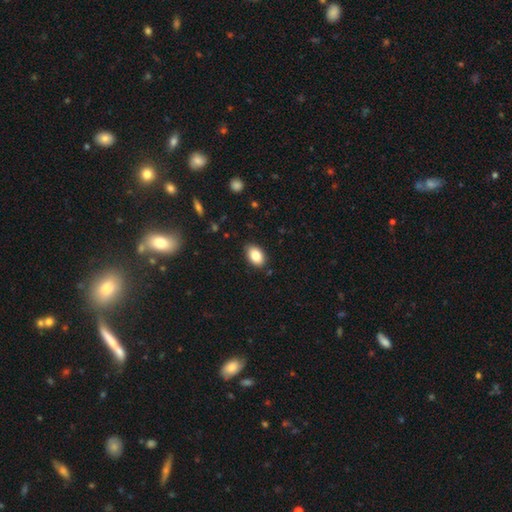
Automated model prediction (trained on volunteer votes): Smooth or featured?
  - smooth: 85% *
  - star or artifact: 8%
  - featured or disk: 8%
How rounded?
  - in between: 89% *
  - round: 10%
  - cigar-shaped: 1%
Merging?
  - none: 87% *
  - minor disturbance: 10%
  - major disturbance: 2%
  - merger: 1%